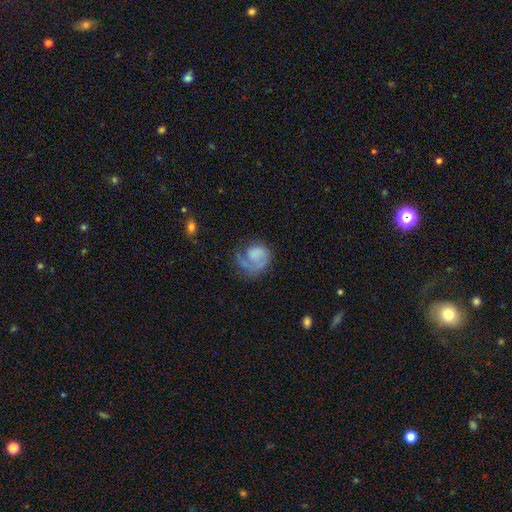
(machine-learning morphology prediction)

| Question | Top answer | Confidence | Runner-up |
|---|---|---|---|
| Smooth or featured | featured or disk | 56% | smooth (37%) |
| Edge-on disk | no | 98% | yes (2%) |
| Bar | no | 80% | weak (17%) |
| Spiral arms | yes | 82% | no (18%) |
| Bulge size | none | 48% | small (16%) |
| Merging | none | 41% | major disturbance (36%) |